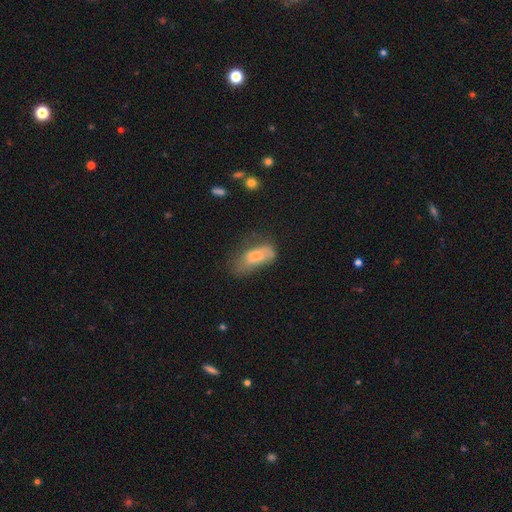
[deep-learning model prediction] Smooth or featured? Predicted: smooth (p=0.64). How rounded? Predicted: in between (p=0.82). Merging? Predicted: none (p=0.35).